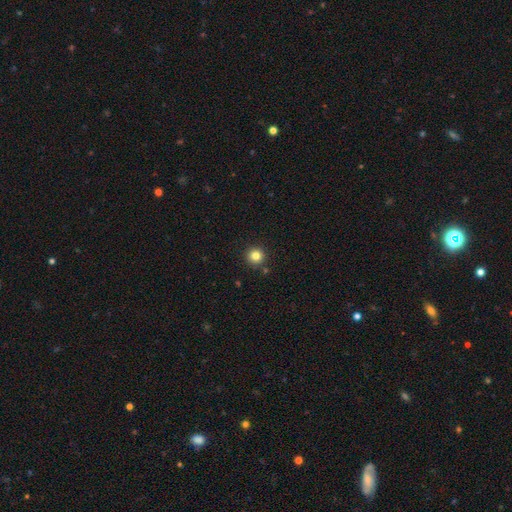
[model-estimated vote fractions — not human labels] Morphology: type=smooth (82%); roundness=round (95%); merging=none (90%).